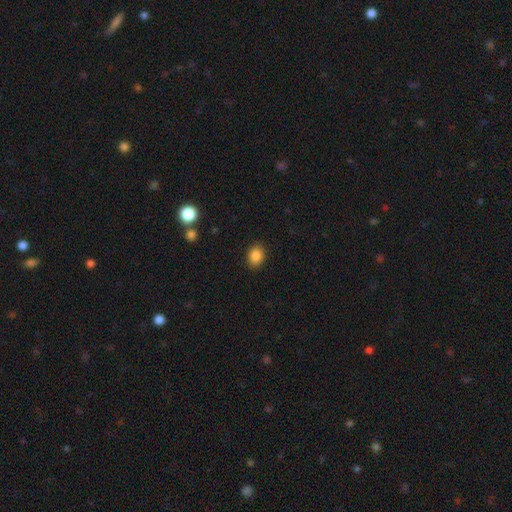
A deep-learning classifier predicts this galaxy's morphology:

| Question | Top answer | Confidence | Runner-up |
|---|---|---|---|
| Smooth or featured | smooth | 86% | star or artifact (9%) |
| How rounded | in between | 66% | round (33%) |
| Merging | none | 88% | minor disturbance (8%) |